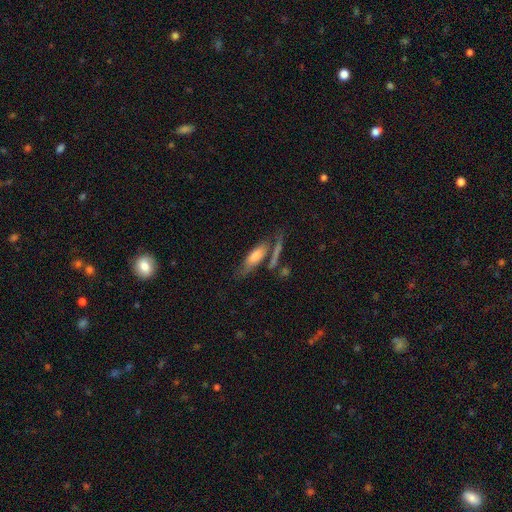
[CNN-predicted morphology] Q: Smooth or featured?
A: smooth (61%); runner-up: featured or disk (31%)
Q: How rounded?
A: cigar-shaped (49%); runner-up: in between (48%)
Q: Merging?
A: none (57%); runner-up: minor disturbance (19%)